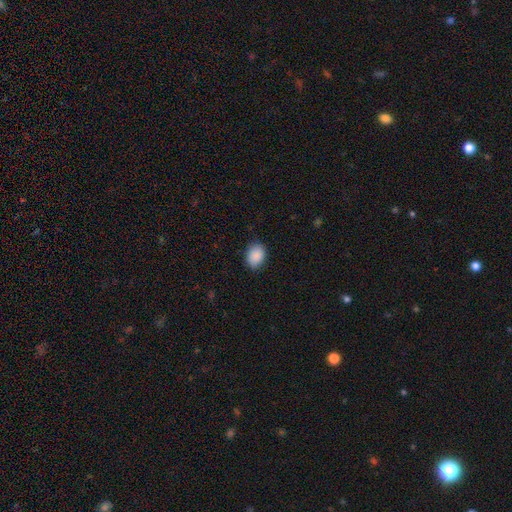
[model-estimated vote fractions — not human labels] A smooth galaxy with no disk features (90%) that is in between round and cigar-shaped (72%).

Vote fractions:
- Smooth or featured? smooth: 90% / star or artifact: 7% / featured or disk: 3%
- How rounded? in between: 72% / round: 27% / cigar-shaped: 1%
- Merging? none: 85% / minor disturbance: 12% / major disturbance: 3% / merger: 1%